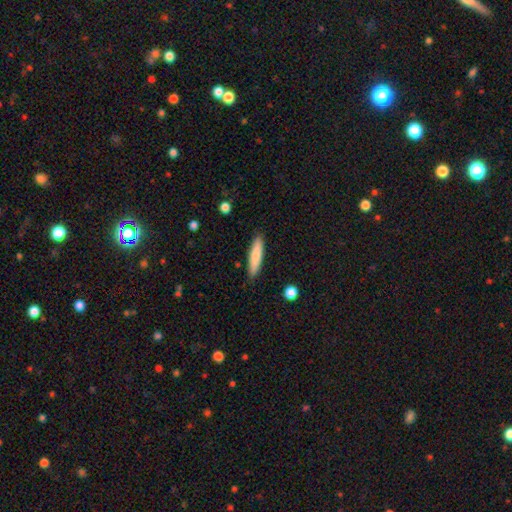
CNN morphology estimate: smooth_or_featured: smooth (p=0.82) [alt: featured or disk p=0.13]
how_rounded: cigar-shaped (p=0.79) [alt: in between p=0.20]
merging: none (p=0.89) [alt: minor disturbance p=0.08]